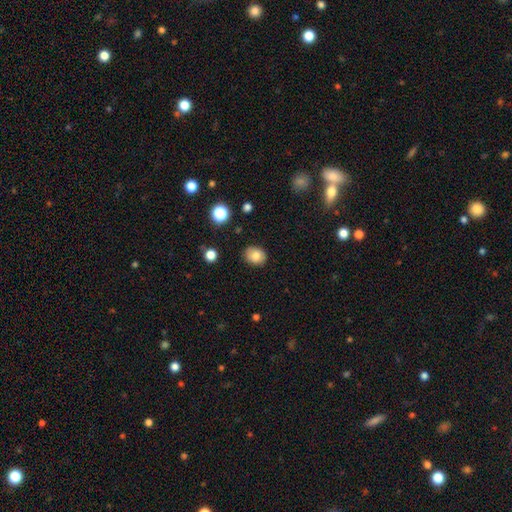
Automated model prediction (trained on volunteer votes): Overall: smooth (81%). How rounded: in between (53%; round 46%). Merging: none (82%).